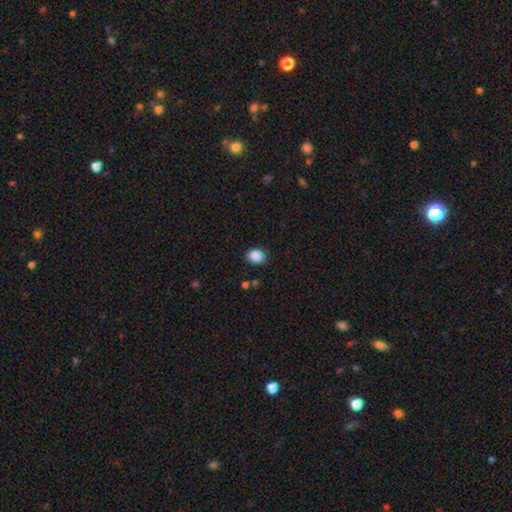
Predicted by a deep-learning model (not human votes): Smooth or featured? Predicted: smooth (p=0.88). How rounded? Predicted: in between (p=0.59). Merging? Predicted: none (p=0.85).